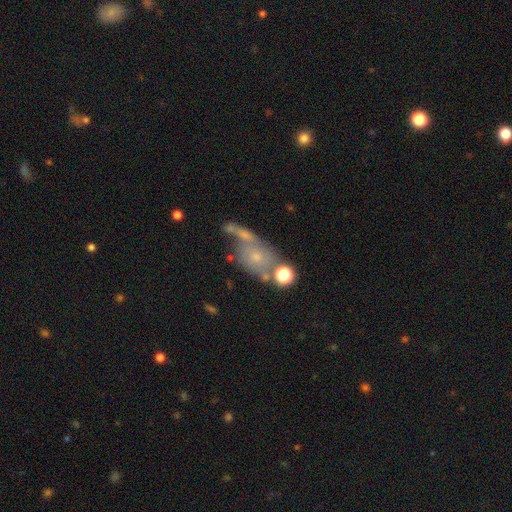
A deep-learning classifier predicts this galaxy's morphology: Overall: featured or disk (44%; smooth 40%). Merging: none (35%; merger 28%).